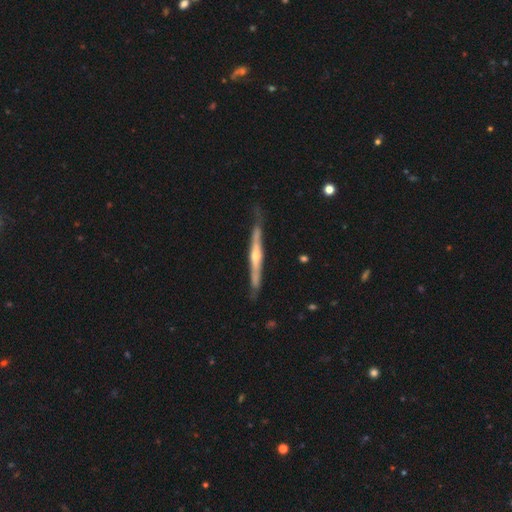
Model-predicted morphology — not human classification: This is likely a featured or disk galaxy (76%). It is clearly viewed edge-on (95%). Edge-on bulge: likely rounded (76%). Merging: likely none (73%).